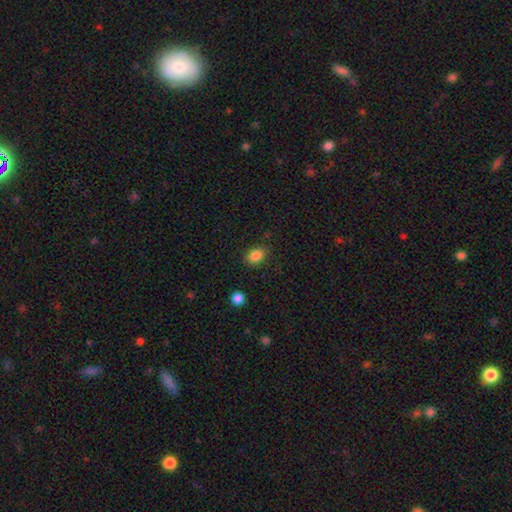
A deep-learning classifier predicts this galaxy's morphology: A smooth galaxy with no disk features (84%) that is in between round and cigar-shaped (64%). Merging: none (82%).